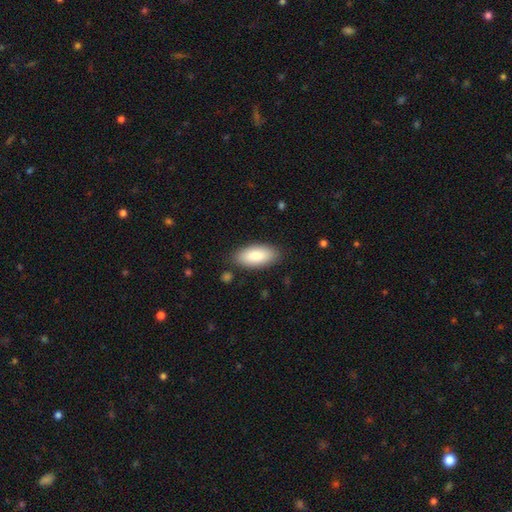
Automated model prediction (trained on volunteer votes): A smooth galaxy with no disk features (87%) that is in between round and cigar-shaped (88%).

Vote fractions:
- Smooth or featured? smooth: 87% / featured or disk: 7% / star or artifact: 6%
- How rounded? in between: 88% / cigar-shaped: 10% / round: 2%
- Merging? none: 85% / minor disturbance: 11% / major disturbance: 3% / merger: 2%